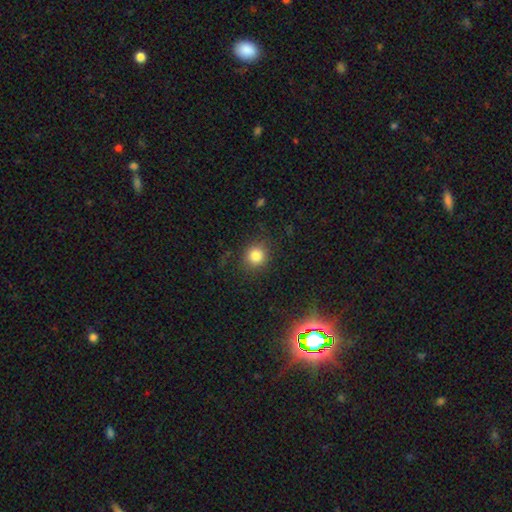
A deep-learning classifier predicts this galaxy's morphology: Smooth or featured? smooth (82%)
How rounded? round (88%)
Merging? none (86%)